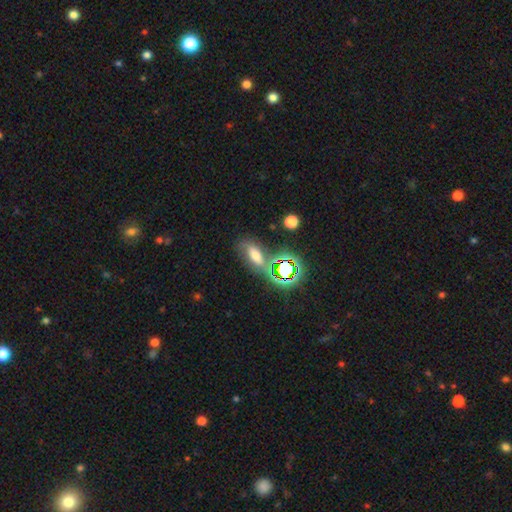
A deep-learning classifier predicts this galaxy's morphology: smooth_or_featured: smooth (p=0.52) [alt: star or artifact p=0.27]
how_rounded: in between (p=0.73) [alt: cigar-shaped p=0.16]
merging: none (p=0.58) [alt: minor disturbance p=0.19]